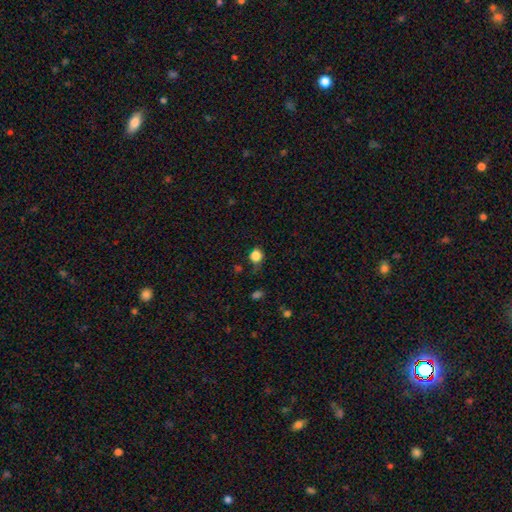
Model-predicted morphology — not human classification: Q: Smooth or featured?
A: smooth (84%); runner-up: star or artifact (12%)
Q: How rounded?
A: round (83%); runner-up: in between (16%)
Q: Merging?
A: none (66%); runner-up: minor disturbance (24%)